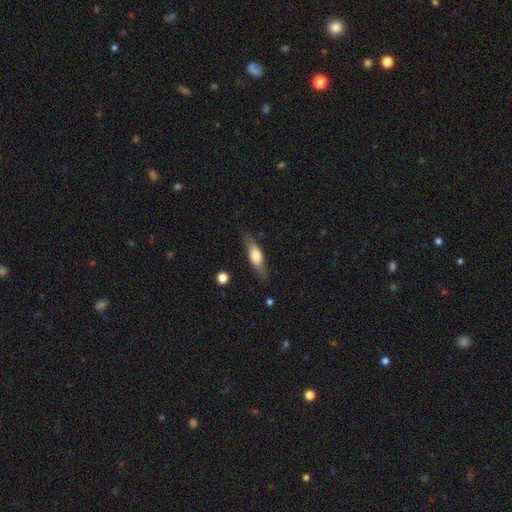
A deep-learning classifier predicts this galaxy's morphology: Smooth or featured: smooth — 51% (featured or disk — 43%)
How rounded: cigar-shaped — 55% (in between — 43%)
Merging: none — 79% (minor disturbance — 15%)